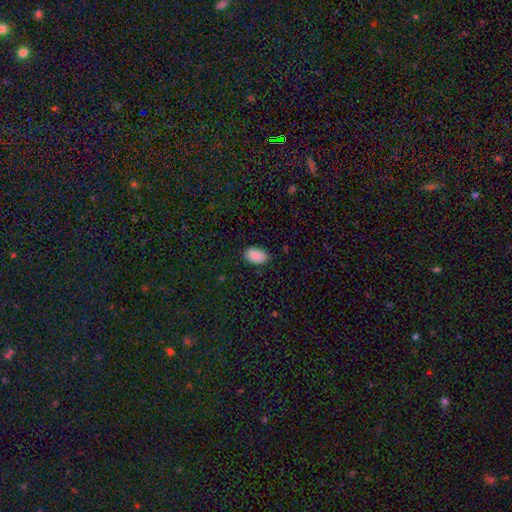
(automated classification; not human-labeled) smooth-or-featured: smooth: 89% | star or artifact: 7% | featured or disk: 4%
  how-rounded: in between: 93% | round: 6% | cigar-shaped: 1%
  merging: none: 84% | minor disturbance: 13% | major disturbance: 2% | merger: 1%